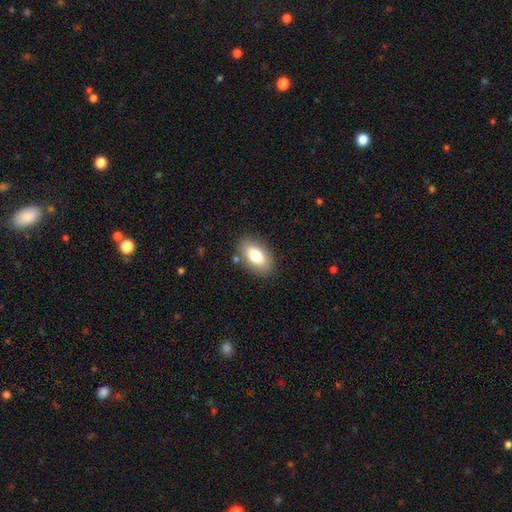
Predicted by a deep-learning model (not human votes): Overall: smooth (77%). How rounded: in between (92%). Merging: none (84%).